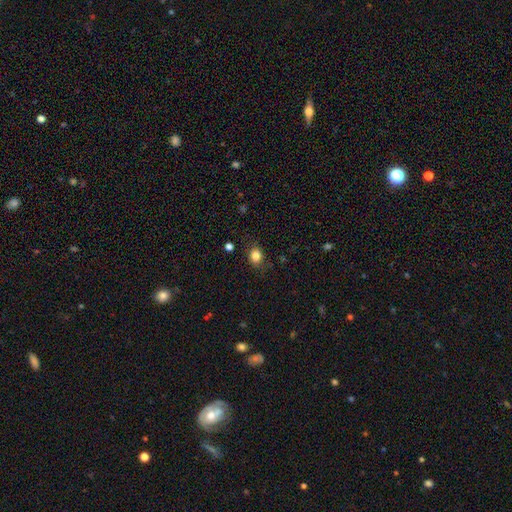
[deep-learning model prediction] This is clearly a smooth galaxy (84%). How rounded: possibly round (57%). Merging: clearly none (83%).